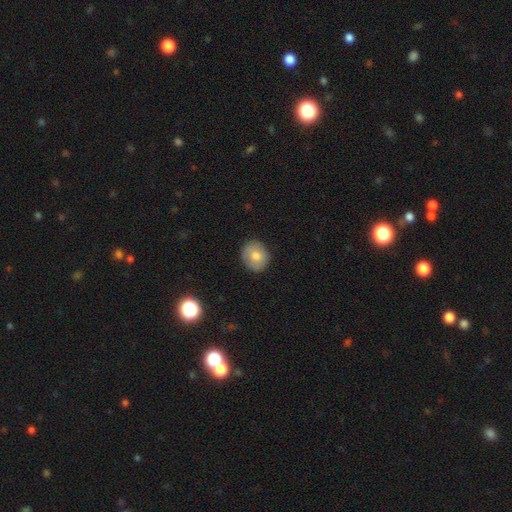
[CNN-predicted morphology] smooth 77%, featured or disk 15%, star or artifact 8%. Down the decision tree: how rounded — round (77%); merging — none (87%).